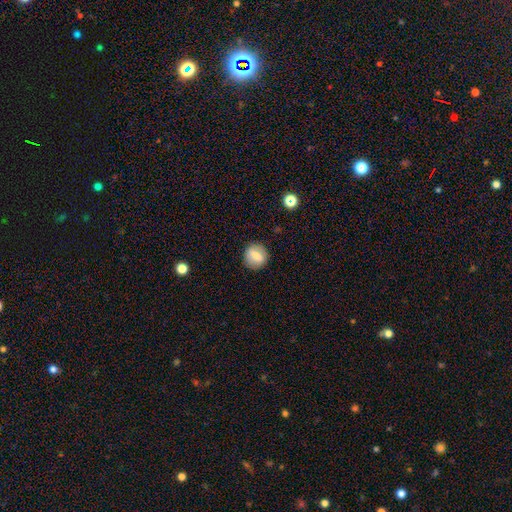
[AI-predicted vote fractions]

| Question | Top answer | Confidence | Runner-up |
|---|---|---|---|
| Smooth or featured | smooth | 71% | featured or disk (21%) |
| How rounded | round | 84% | in between (15%) |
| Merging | none | 87% | minor disturbance (9%) |